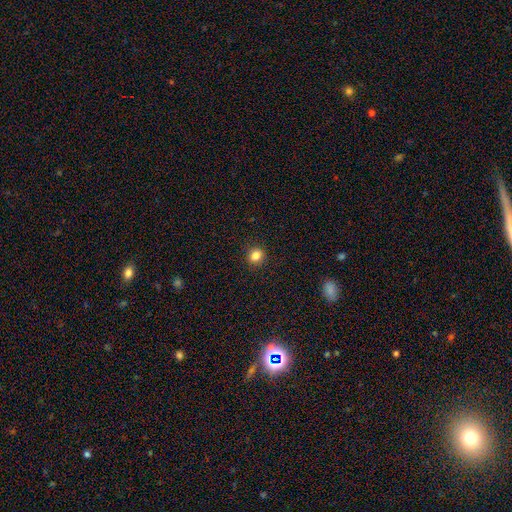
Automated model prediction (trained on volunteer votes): Smooth or featured? Predicted: smooth (p=0.84). How rounded? Predicted: round (p=0.74). Merging? Predicted: none (p=0.91).